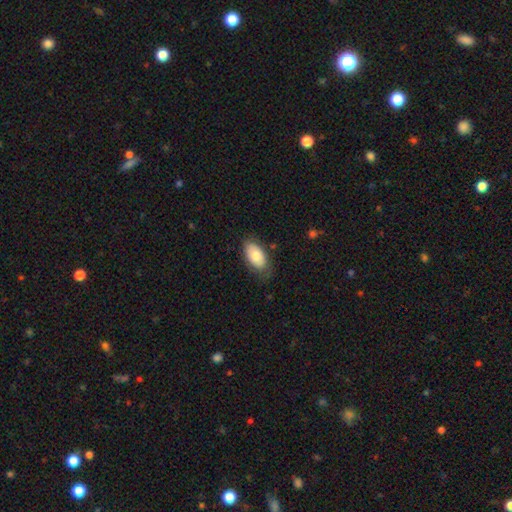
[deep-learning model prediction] This is likely a smooth galaxy (76%). How rounded: clearly in between (94%). Merging: likely none (72%).